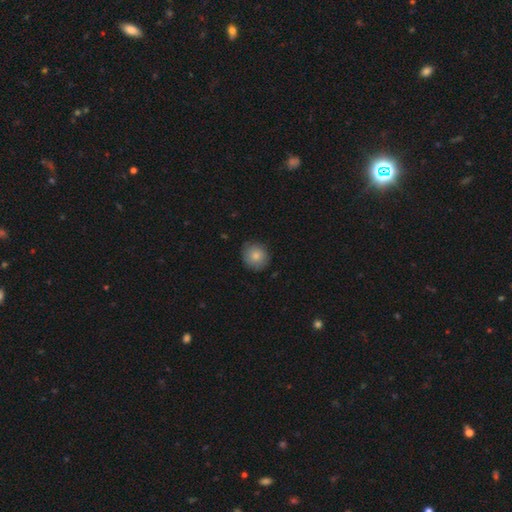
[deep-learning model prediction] smooth 82%, featured or disk 11%, star or artifact 8%. Down the decision tree: how rounded — round (88%); merging — none (81%).